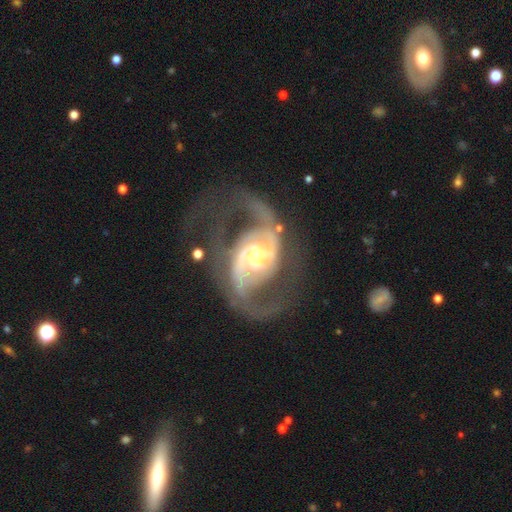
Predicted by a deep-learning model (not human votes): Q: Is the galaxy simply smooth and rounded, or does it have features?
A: featured or disk — 91%.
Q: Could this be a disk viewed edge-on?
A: no — 97%.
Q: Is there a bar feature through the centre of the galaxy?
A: no — 37%, tied with weak.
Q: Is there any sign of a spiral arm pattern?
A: yes — 95%.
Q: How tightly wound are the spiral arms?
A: medium — 49%.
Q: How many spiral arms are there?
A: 2 — 80%.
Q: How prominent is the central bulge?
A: moderate — 66%.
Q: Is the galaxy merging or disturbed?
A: none — 57%.